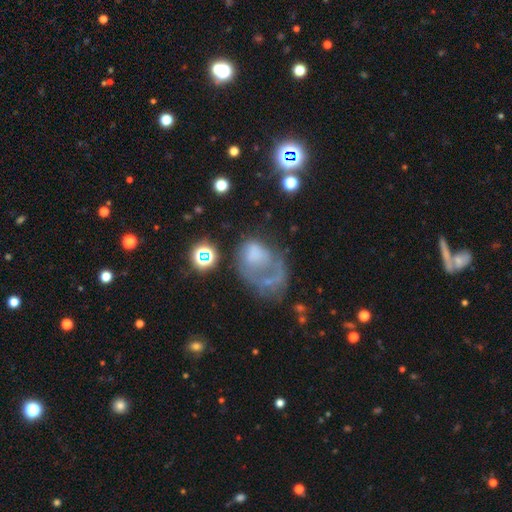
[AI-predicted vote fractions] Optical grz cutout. It shows a featured or disk galaxy (44%). Merging: major disturbance (48%).